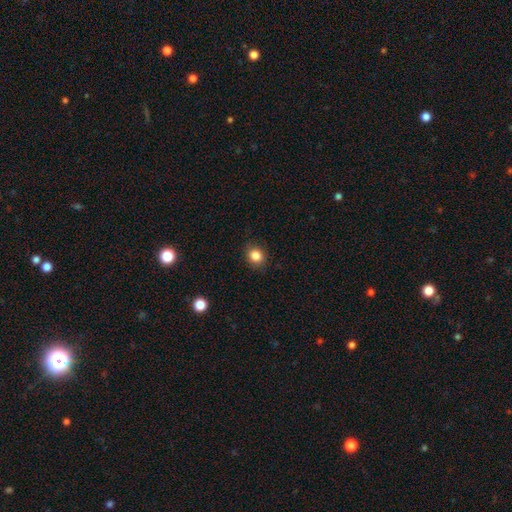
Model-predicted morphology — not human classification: This is clearly a smooth galaxy (85%). How rounded: likely round (69%). Merging: clearly none (86%).